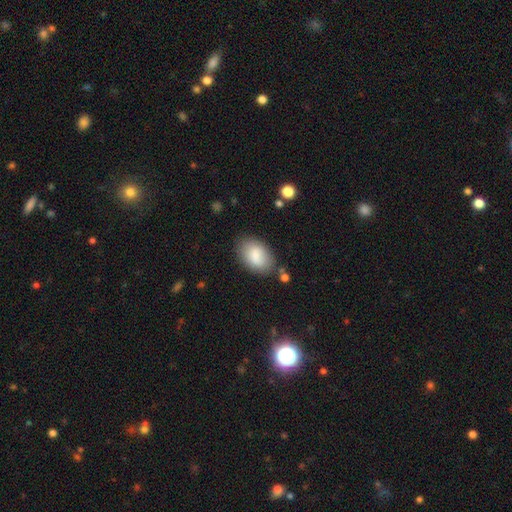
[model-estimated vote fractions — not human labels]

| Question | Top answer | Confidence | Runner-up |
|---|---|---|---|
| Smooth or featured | smooth | 82% | featured or disk (11%) |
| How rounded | in between | 90% | round (9%) |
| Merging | none | 76% | minor disturbance (16%) |